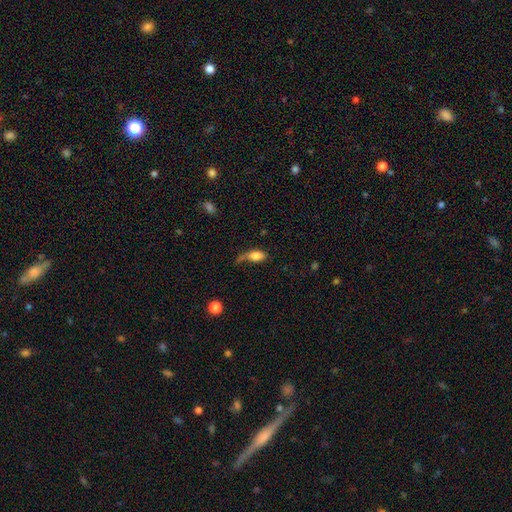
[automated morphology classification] Smooth or featured?
  - smooth: 77% *
  - featured or disk: 14%
  - star or artifact: 9%
How rounded?
  - in between: 86% *
  - cigar-shaped: 7%
  - round: 7%
Merging?
  - none: 36% *
  - major disturbance: 29%
  - minor disturbance: 26%
  - merger: 9%